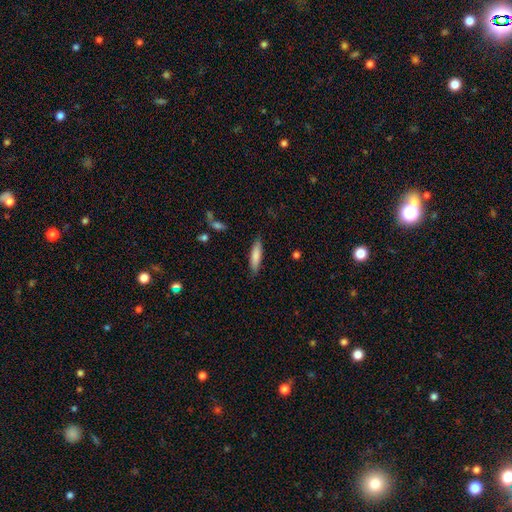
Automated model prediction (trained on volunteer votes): Smooth or featured: smooth — 81% (featured or disk — 13%)
How rounded: cigar-shaped — 71% (in between — 28%)
Merging: none — 86% (minor disturbance — 10%)